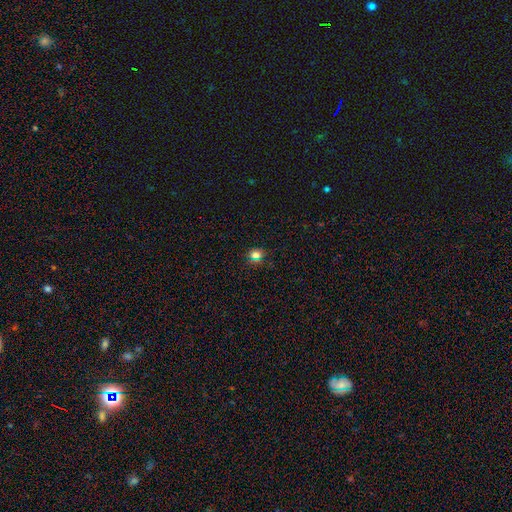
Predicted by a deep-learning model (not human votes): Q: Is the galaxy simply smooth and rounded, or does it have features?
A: smooth — 64%.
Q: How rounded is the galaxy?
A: round — 75%.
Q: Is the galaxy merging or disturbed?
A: none — 85%.